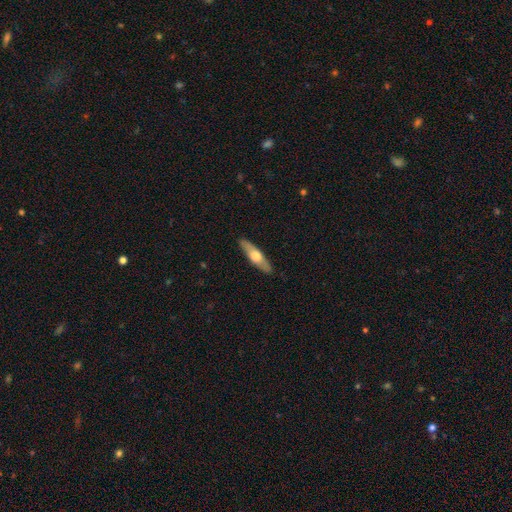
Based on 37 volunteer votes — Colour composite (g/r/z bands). It shows a featured or disk galaxy (65%) viewed edge-on (88%) with a rounded central bulge (95%). Merging: none (97%).